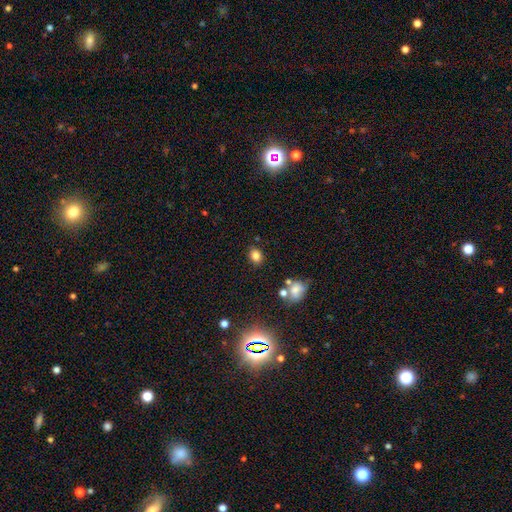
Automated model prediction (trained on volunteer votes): Smooth or featured?
  - smooth: 81% *
  - star or artifact: 13%
  - featured or disk: 6%
How rounded?
  - in between: 52% *
  - round: 47%
  - cigar-shaped: 1%
Merging?
  - none: 83% *
  - minor disturbance: 10%
  - merger: 4%
  - major disturbance: 3%